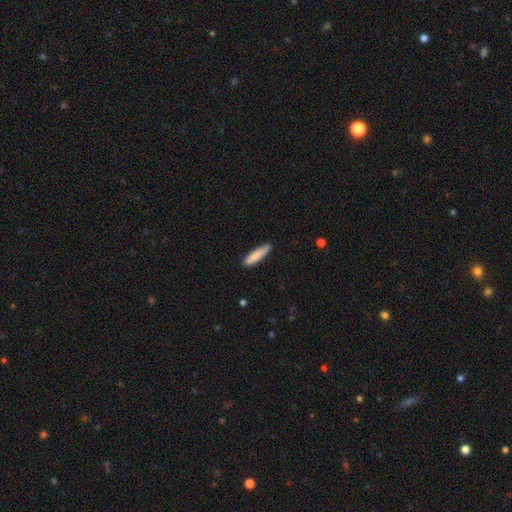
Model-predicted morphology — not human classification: Q: Smooth or featured?
A: smooth (84%); runner-up: featured or disk (11%)
Q: How rounded?
A: cigar-shaped (80%); runner-up: in between (18%)
Q: Merging?
A: none (85%); runner-up: minor disturbance (12%)